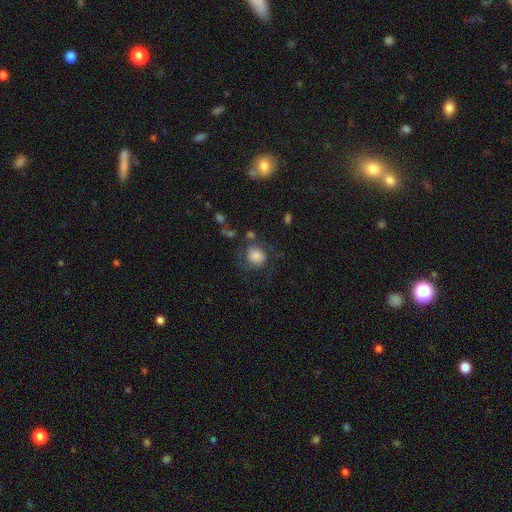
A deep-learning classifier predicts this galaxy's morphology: Smooth or featured?
  - smooth: 58% *
  - featured or disk: 32%
  - star or artifact: 9%
How rounded?
  - round: 76% *
  - in between: 22%
  - cigar-shaped: 1%
Merging?
  - none: 51% *
  - major disturbance: 22%
  - minor disturbance: 22%
  - merger: 5%